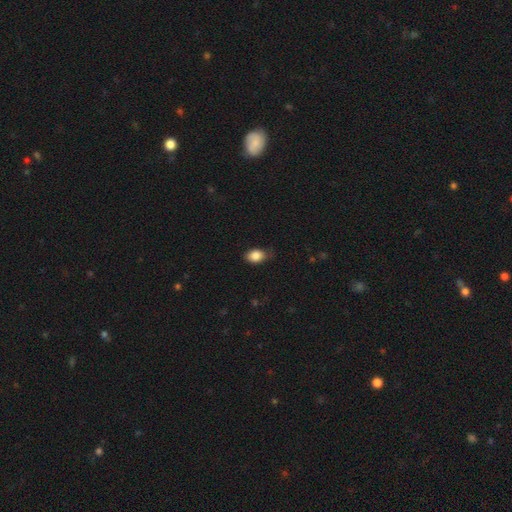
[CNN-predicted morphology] smooth_or_featured: smooth (p=0.86) [alt: star or artifact p=0.08]
how_rounded: in between (p=0.80) [alt: round p=0.18]
merging: none (p=0.68) [alt: minor disturbance p=0.26]